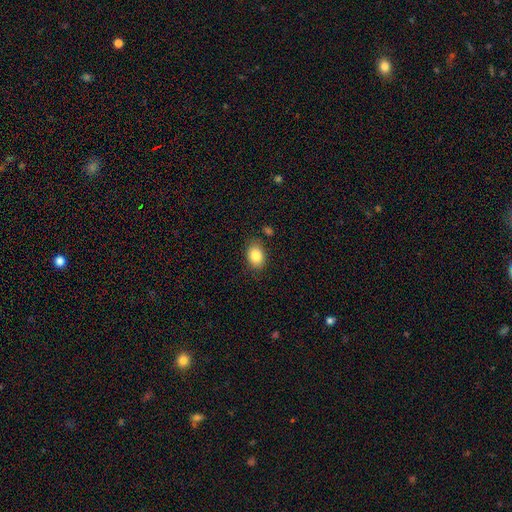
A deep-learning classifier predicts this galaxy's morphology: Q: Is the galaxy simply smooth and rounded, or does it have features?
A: smooth — 84%.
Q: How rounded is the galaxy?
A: in between — 76%.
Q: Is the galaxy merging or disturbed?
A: none — 83%.